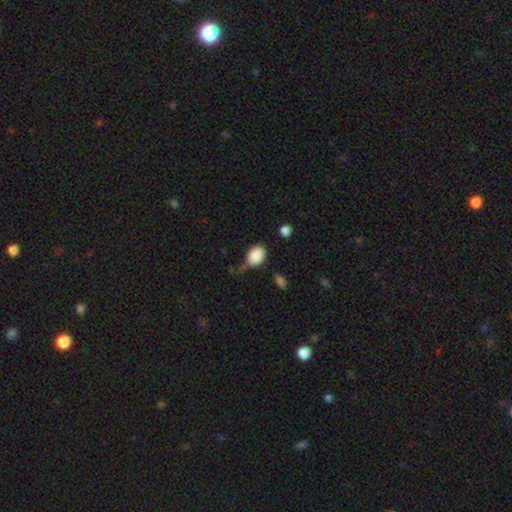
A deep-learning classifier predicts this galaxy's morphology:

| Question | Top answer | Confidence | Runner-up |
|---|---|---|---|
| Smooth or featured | smooth | 87% | star or artifact (8%) |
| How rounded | in between | 58% | round (41%) |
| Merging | none | 51% | minor disturbance (31%) |